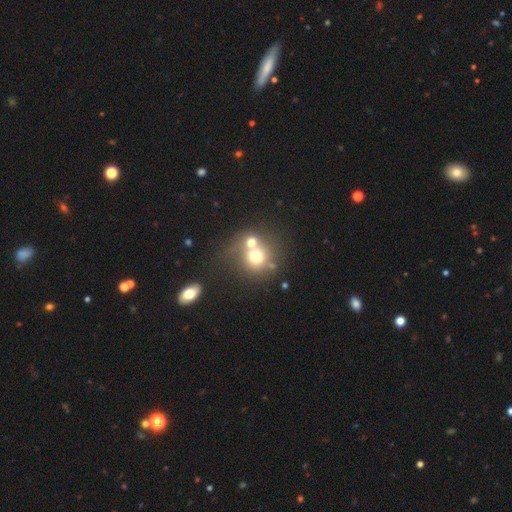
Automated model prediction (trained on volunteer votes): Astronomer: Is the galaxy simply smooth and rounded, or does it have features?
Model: smooth — 66%.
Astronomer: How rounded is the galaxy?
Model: round — 84%.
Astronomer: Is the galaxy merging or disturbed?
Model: merger — 51% (runner-up: none, 36%).